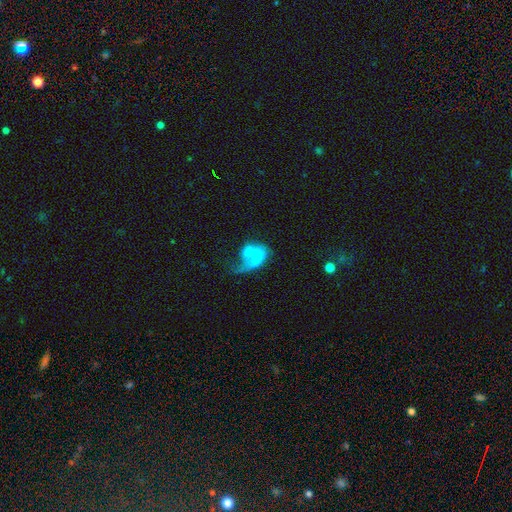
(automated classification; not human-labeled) A featured or disk galaxy (48%).

Vote fractions:
- Smooth or featured? featured or disk: 48% / smooth: 44% / star or artifact: 8%
- Merging? merger: 58% / major disturbance: 22% / none: 12% / minor disturbance: 8%